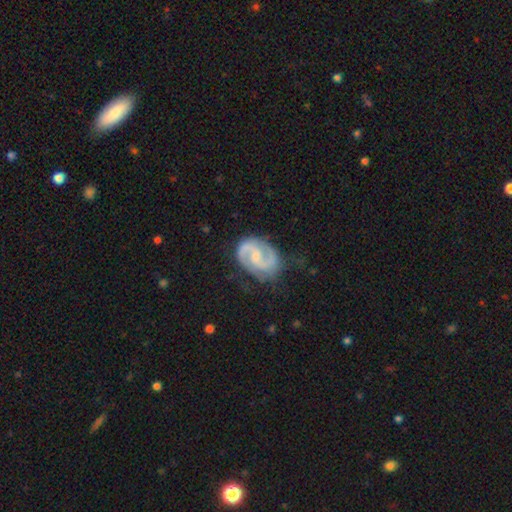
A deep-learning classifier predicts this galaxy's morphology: A featured or disk galaxy (89%) with a weak bar (49%), 2 (93%) medium (56%) spiral arms (97%) and a small central bulge (56%). Merging: none (77%).